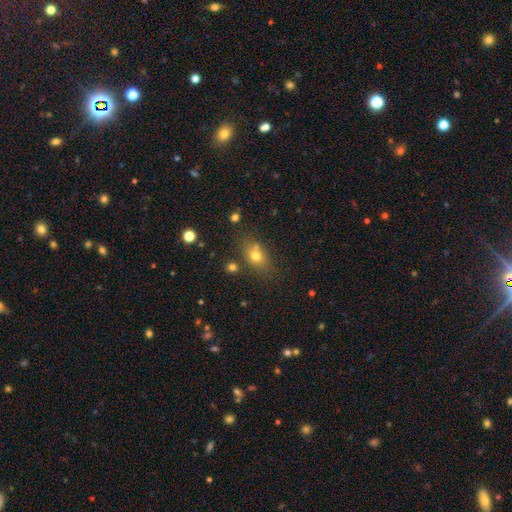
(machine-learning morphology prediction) A smooth galaxy with no disk features (71%) that is in between round and cigar-shaped (62%). Merging: none (66%).